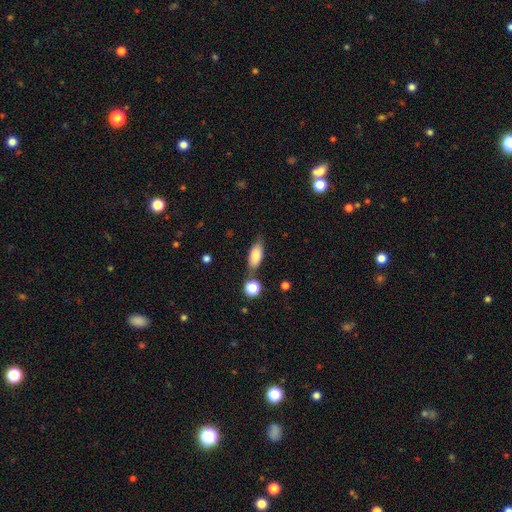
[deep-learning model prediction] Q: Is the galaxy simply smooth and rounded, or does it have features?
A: smooth — 79%.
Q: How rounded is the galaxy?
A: in between — 80%.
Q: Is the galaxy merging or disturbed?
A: none — 69%.